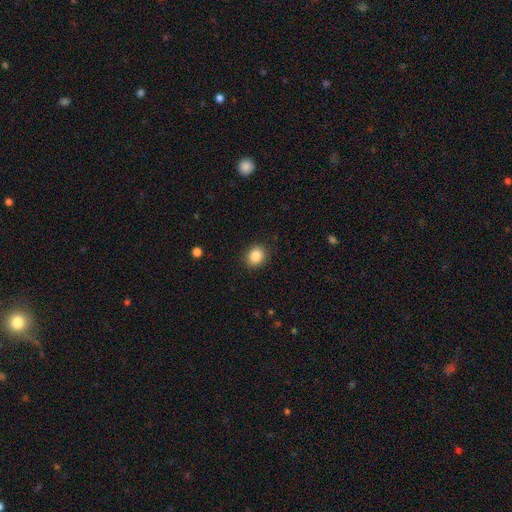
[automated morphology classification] Smooth or featured?
  - smooth: 85% *
  - star or artifact: 9%
  - featured or disk: 5%
How rounded?
  - round: 64% *
  - in between: 35%
  - cigar-shaped: 1%
Merging?
  - none: 89% *
  - minor disturbance: 7%
  - major disturbance: 2%
  - merger: 1%